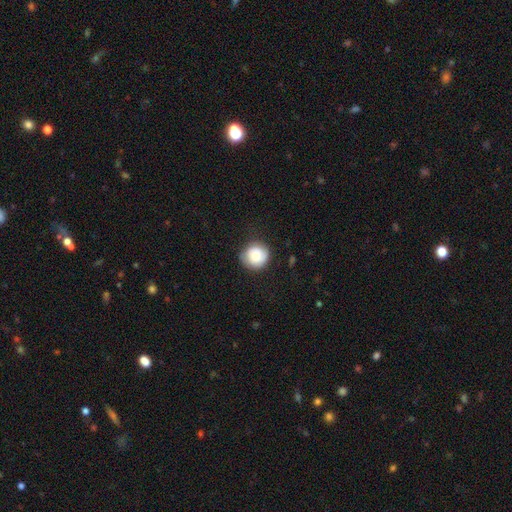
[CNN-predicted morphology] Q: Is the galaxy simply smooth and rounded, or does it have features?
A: smooth — 72%.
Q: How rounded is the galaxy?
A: round — 91%.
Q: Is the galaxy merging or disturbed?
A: none — 76%.